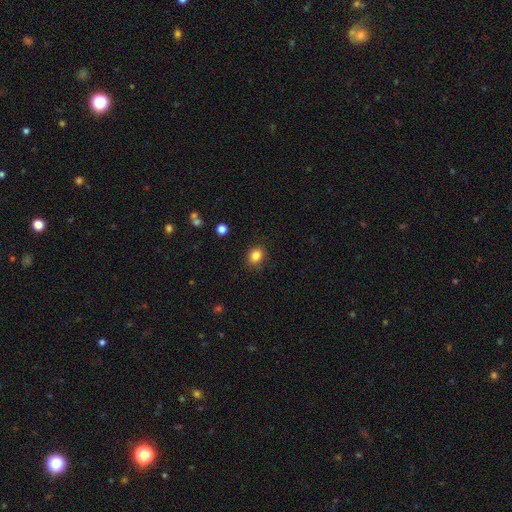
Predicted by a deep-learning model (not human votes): Smooth or featured: smooth — 84% (star or artifact — 11%)
How rounded: round — 59% (in between — 40%)
Merging: none — 86% (minor disturbance — 10%)